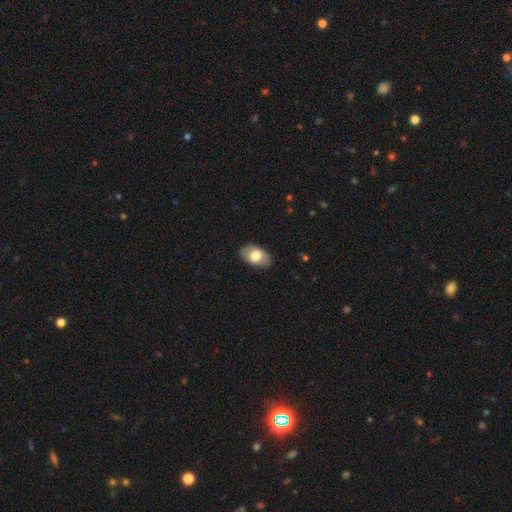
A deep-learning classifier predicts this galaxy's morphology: smooth 70%, featured or disk 24%, star or artifact 6%. Down the decision tree: how rounded — in between (92%); merging — none (85%).